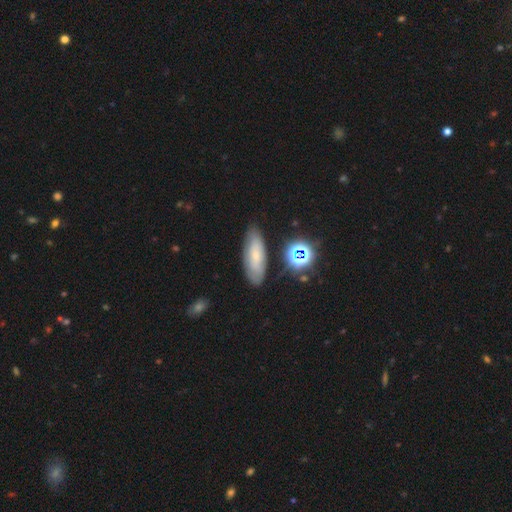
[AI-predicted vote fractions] smooth-or-featured: smooth: 53% | featured or disk: 34% | star or artifact: 12%
  how-rounded: in between: 71% | cigar-shaped: 26% | round: 3%
  merging: none: 78% | minor disturbance: 15% | major disturbance: 4% | merger: 3%